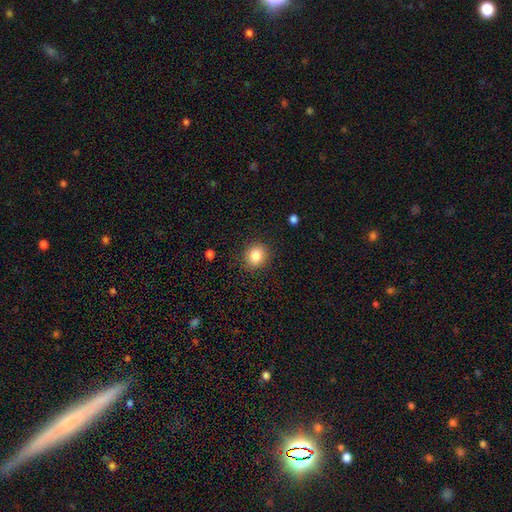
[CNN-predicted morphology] The model was most divided on "how rounded": round: 75%, in between: 24%, cigar-shaped: 1%. More confident: merging — none (89%); smooth or featured — smooth (84%).